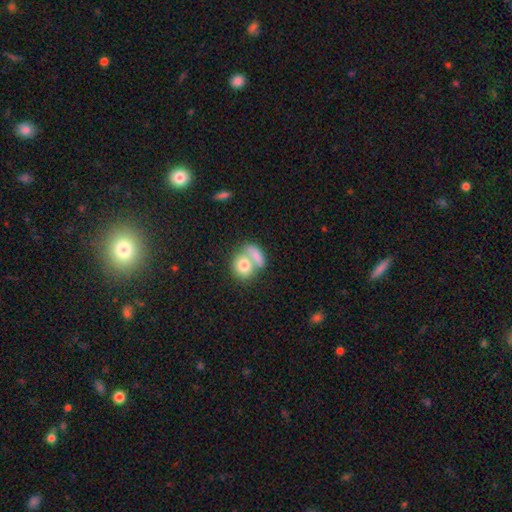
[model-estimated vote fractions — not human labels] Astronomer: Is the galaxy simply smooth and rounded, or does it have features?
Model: smooth — 78%.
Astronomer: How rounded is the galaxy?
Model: in between — 53% (runner-up: round, 42%).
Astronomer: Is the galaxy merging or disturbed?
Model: merger — 60%.